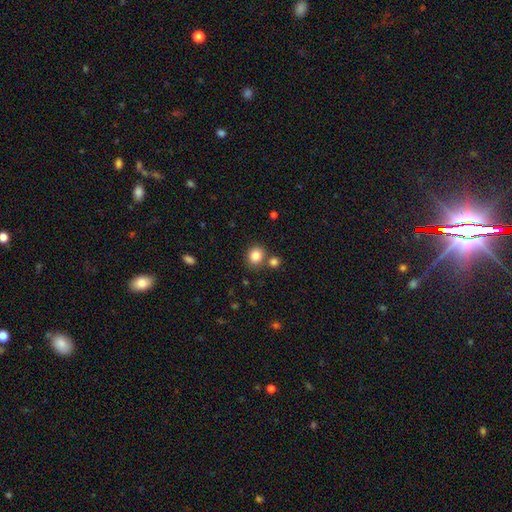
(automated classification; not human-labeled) Overall: smooth (84%). How rounded: round (74%). Merging: none (73%).